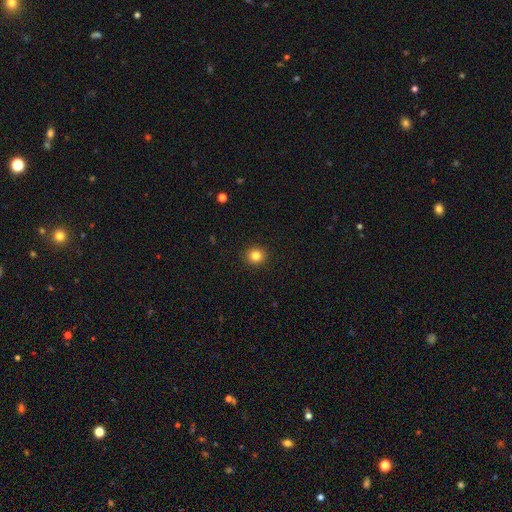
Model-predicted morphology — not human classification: This is clearly a smooth galaxy (83%). How rounded: clearly round (88%). Merging: clearly none (92%).